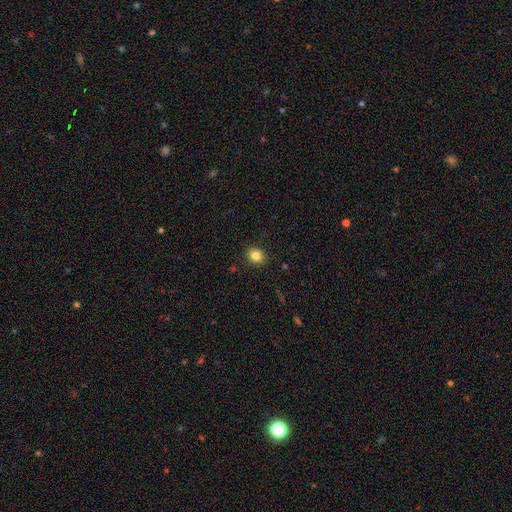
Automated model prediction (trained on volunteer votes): The model was most divided on "how rounded": round: 66%, in between: 33%, cigar-shaped: 1%. More confident: merging — none (90%); smooth or featured — smooth (83%).